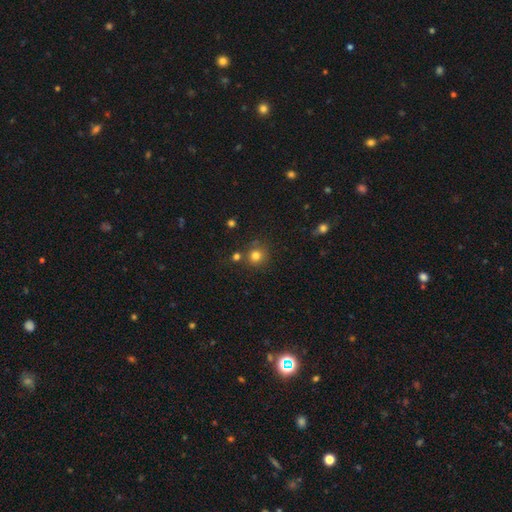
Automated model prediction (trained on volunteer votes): Smooth or featured: smooth — 78% (star or artifact — 15%)
How rounded: round — 91% (in between — 8%)
Merging: none — 76% (merger — 11%)